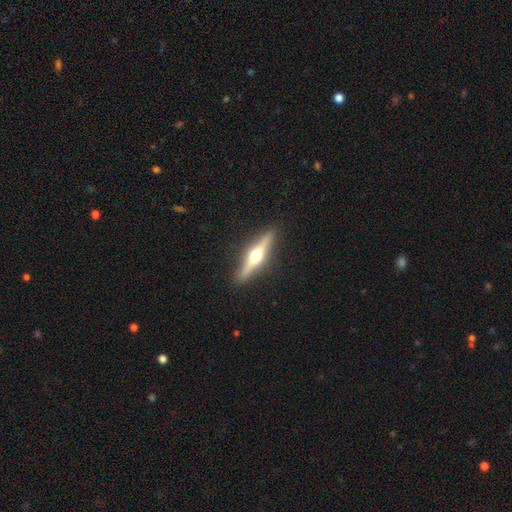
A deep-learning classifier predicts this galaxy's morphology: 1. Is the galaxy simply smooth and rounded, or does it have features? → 71% featured or disk, 24% smooth, 5% star or artifact.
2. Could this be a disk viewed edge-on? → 97% yes, 3% no.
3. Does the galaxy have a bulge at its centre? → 95% rounded, 3% boxy, 2% none.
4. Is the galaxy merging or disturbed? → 90% none, 7% minor disturbance, 2% major disturbance, 1% merger.